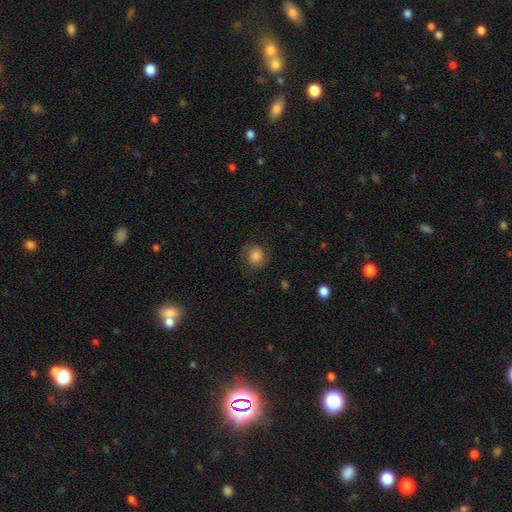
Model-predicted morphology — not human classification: Overall: smooth (74%). How rounded: round (81%). Merging: none (74%).